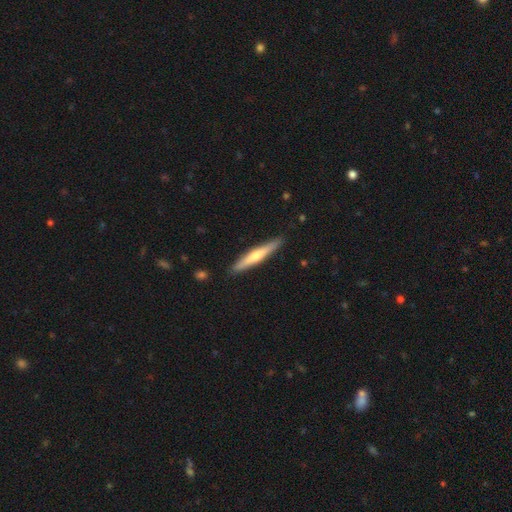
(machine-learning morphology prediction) The model was most divided on "smooth or featured": featured or disk: 48%, smooth: 47%, star or artifact: 5%. More confident: merging — none (89%).